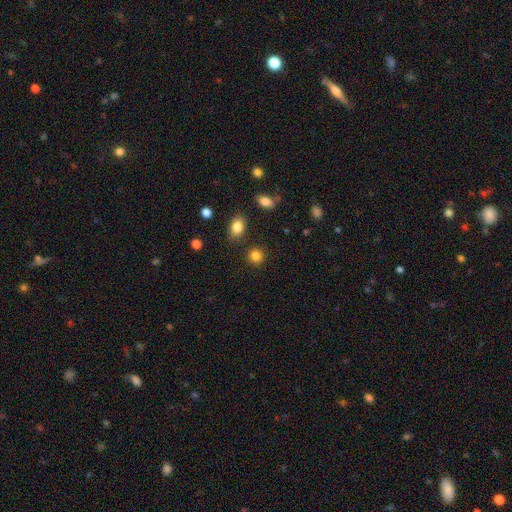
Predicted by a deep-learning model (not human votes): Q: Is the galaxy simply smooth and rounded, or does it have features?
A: smooth — 85%.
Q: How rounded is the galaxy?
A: round — 84%.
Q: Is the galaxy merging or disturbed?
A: none — 88%.